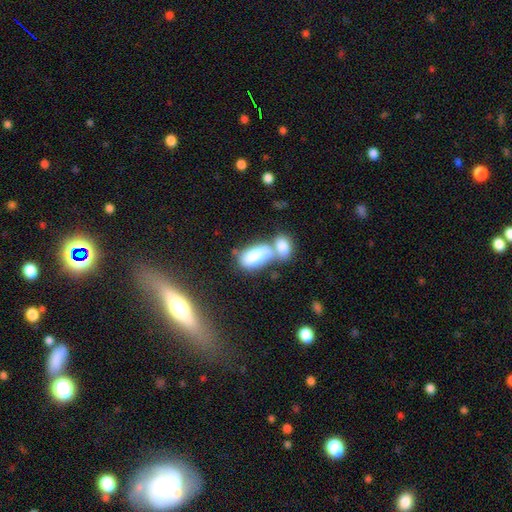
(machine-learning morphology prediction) Smooth or featured?
  - smooth: 78% *
  - featured or disk: 15%
  - star or artifact: 7%
How rounded?
  - in between: 91% *
  - cigar-shaped: 5%
  - round: 4%
Merging?
  - merger: 67% *
  - none: 19%
  - minor disturbance: 9%
  - major disturbance: 6%